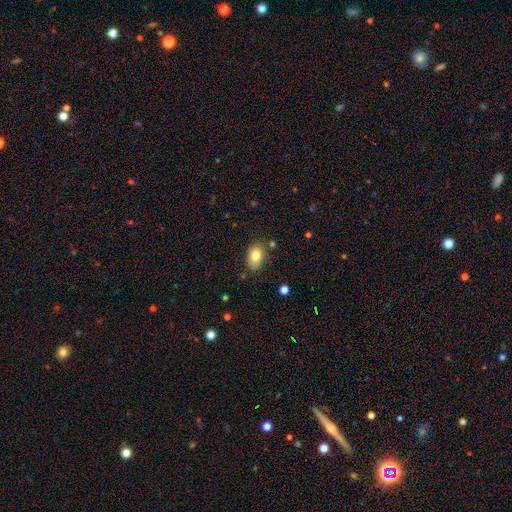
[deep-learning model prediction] Morphology: type=smooth (81%); roundness=in between (88%); merging=none (76%).